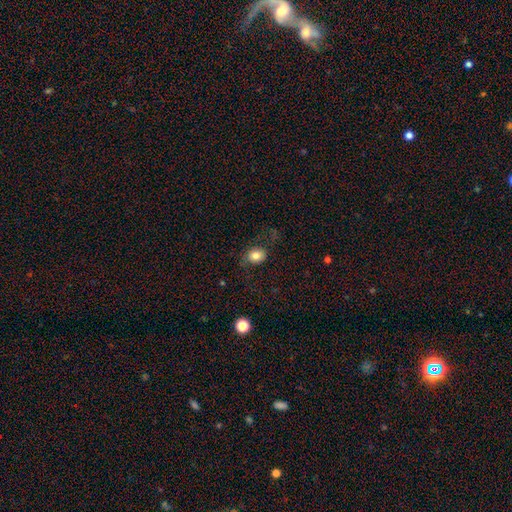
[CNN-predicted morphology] Smooth or featured? smooth (80%)
How rounded? in between (54%)
Merging? none (70%)